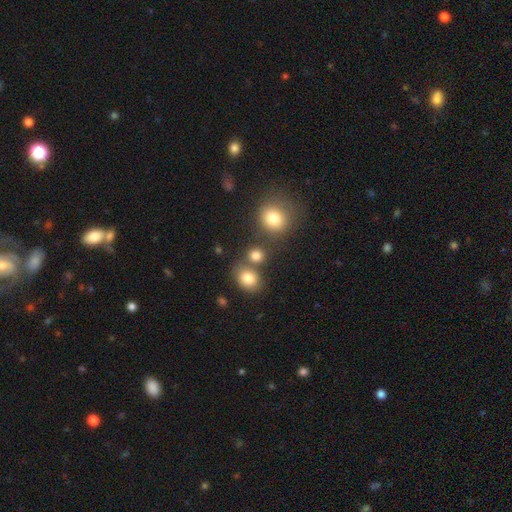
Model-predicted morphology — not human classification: This appears to be a smooth galaxy with no disk features (81%) that is round (70%). Merging: none (63%).